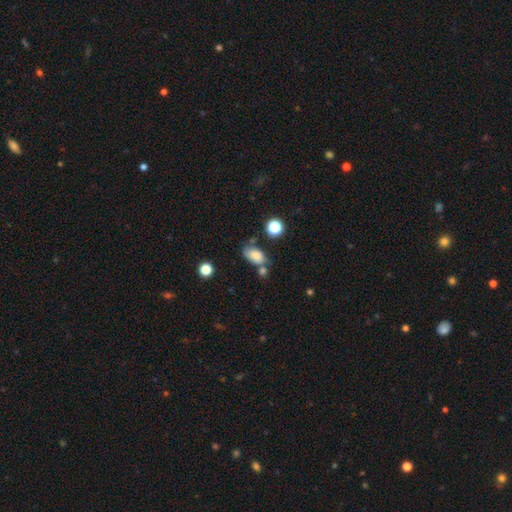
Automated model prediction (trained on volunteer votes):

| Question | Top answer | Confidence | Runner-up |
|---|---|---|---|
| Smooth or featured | smooth | 80% | star or artifact (11%) |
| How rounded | in between | 89% | round (9%) |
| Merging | none | 54% | minor disturbance (20%) |